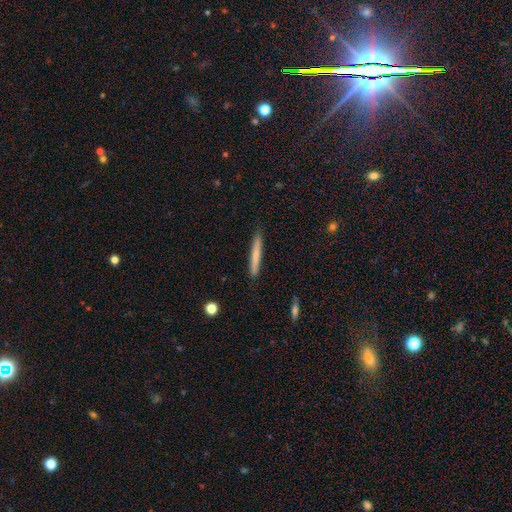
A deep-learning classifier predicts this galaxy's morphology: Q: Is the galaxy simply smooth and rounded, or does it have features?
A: smooth — 72%.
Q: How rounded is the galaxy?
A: cigar-shaped — 96%.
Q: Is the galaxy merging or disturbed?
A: none — 90%.